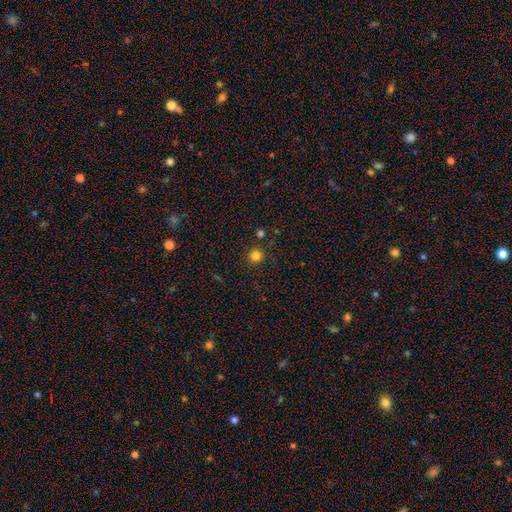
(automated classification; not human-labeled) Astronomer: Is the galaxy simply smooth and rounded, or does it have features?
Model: smooth — 81%.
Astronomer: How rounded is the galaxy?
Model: round — 95%.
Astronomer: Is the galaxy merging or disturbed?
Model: none — 88%.